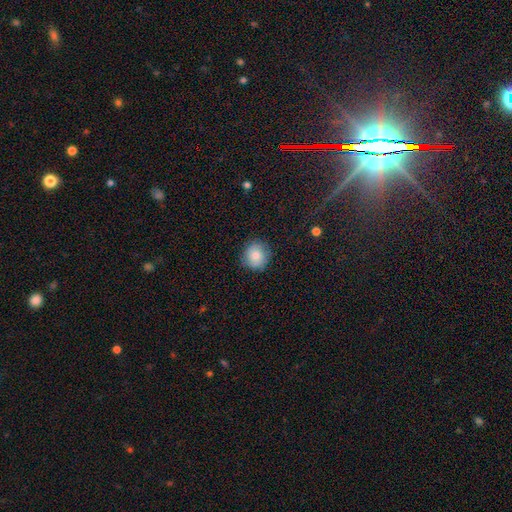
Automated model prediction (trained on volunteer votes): Smooth or featured? smooth (80%)
How rounded? round (89%)
Merging? none (82%)